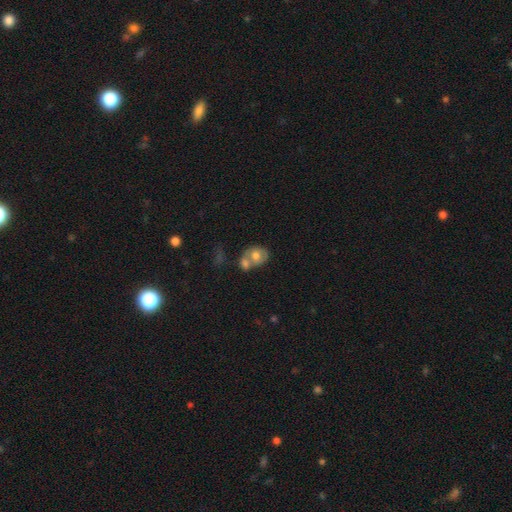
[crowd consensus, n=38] This is likely a smooth galaxy (66%). How rounded: likely round (60%). Merging: possibly merger (57%).